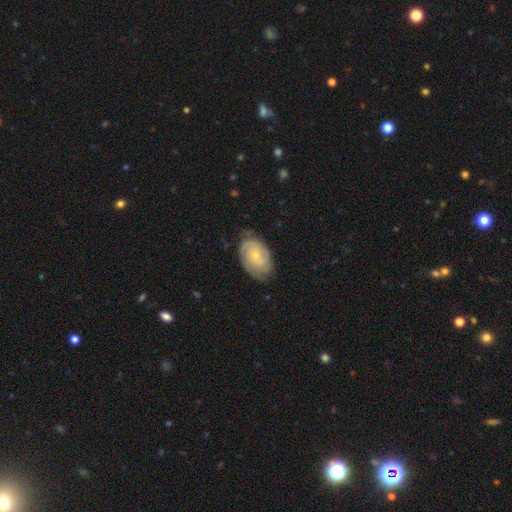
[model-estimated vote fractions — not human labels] A featured or disk galaxy (67%) with no bar (75%), 2 (43%) tight (65%) spiral arms (88%) and a small central bulge (71%).

Vote fractions:
- Smooth or featured? featured or disk: 67% / smooth: 27% / star or artifact: 6%
- Edge-on disk? no: 96% / yes: 4%
- Bar? no: 75% / weak: 22% / strong: 3%
- Spiral arms? yes: 88% / no: 12%
- Spiral winding? tight: 65% / medium: 27% / loose: 8%
- Spiral arm count? 2: 43% / can't tell: 34% / 3: 11% / 1: 5% / 4: 4% / more than 4: 3%
- Bulge size? small: 71% / moderate: 25% / none: 2% / large: 1% / dominant: 1%
- Merging? none: 72% / minor disturbance: 21% / major disturbance: 6% / merger: 1%